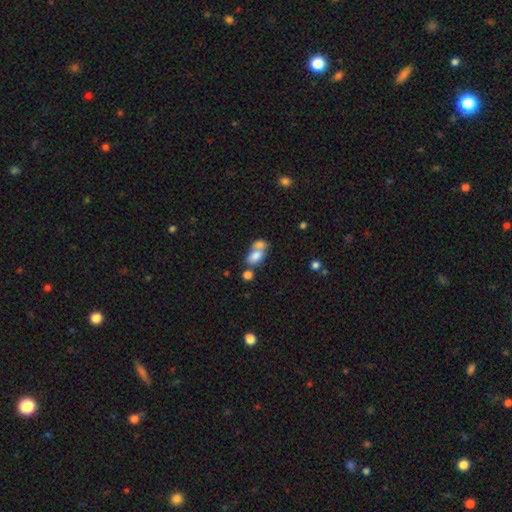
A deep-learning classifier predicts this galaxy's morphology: Smooth or featured? Predicted: smooth (p=0.77). How rounded? Predicted: in between (p=0.85). Merging? Predicted: merger (p=0.61).